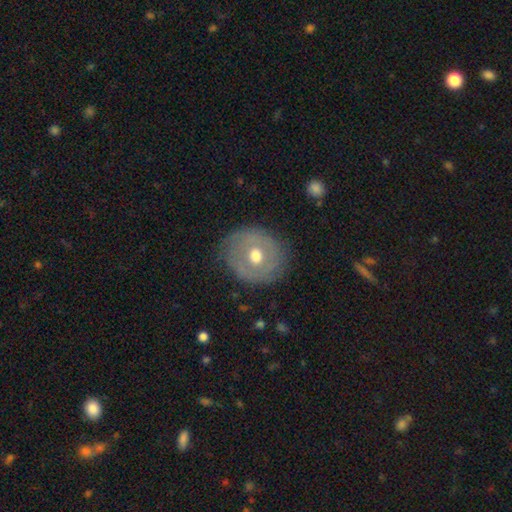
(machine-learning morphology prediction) This appears to be a featured or disk galaxy (53%) with no bar (76%), no spiral arms (66%) and a moderate central bulge (81%). Merging: none (78%).